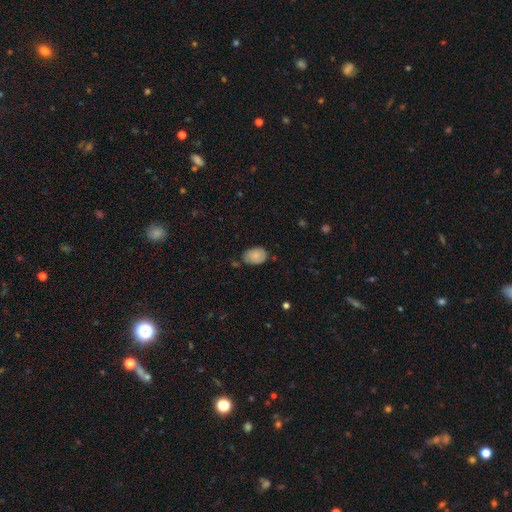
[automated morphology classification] smooth_or_featured: smooth (p=0.76) [alt: featured or disk p=0.16]
how_rounded: in between (p=0.82) [alt: round p=0.17]
merging: none (p=0.61) [alt: minor disturbance p=0.30]